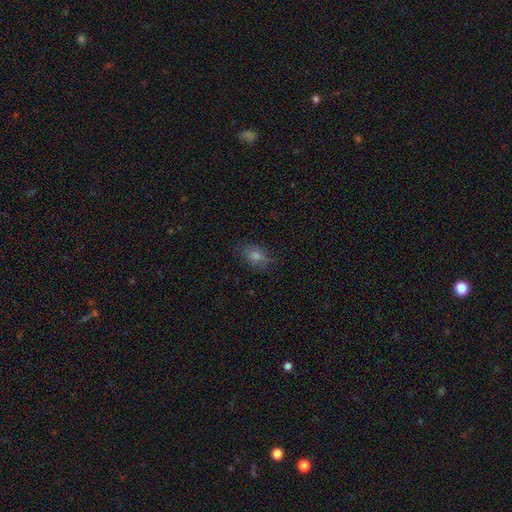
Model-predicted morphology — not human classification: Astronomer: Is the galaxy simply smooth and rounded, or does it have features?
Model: smooth — 68%.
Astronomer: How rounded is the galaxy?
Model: in between — 76%.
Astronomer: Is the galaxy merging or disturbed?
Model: none — 81%.